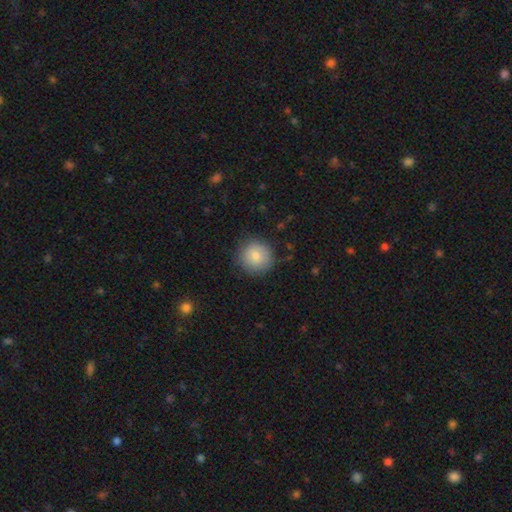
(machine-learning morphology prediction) Q: Smooth or featured?
A: smooth (81%); runner-up: featured or disk (11%)
Q: How rounded?
A: round (93%); runner-up: in between (6%)
Q: Merging?
A: none (83%); runner-up: minor disturbance (12%)